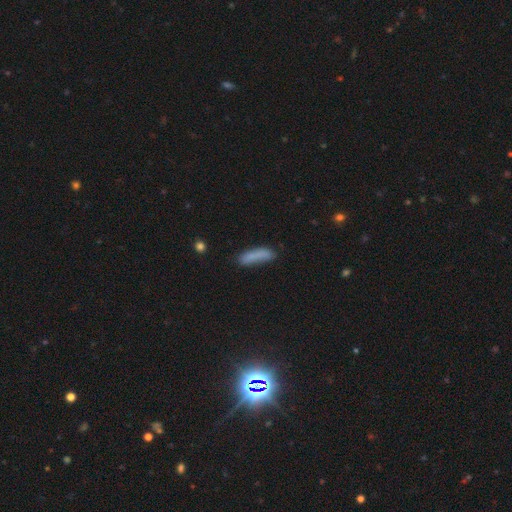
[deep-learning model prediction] This appears to be a smooth galaxy with no disk features (79%) that is cigar-shaped (68%). Merging: none (60%).